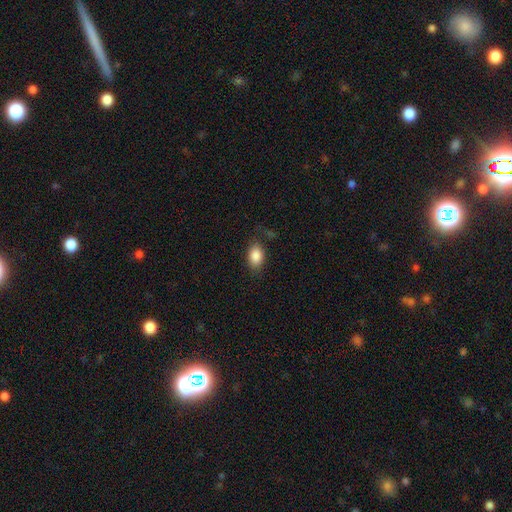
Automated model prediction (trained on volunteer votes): Smooth or featured: smooth — 86% (star or artifact — 8%)
How rounded: in between — 85% (round — 14%)
Merging: none — 76% (minor disturbance — 16%)